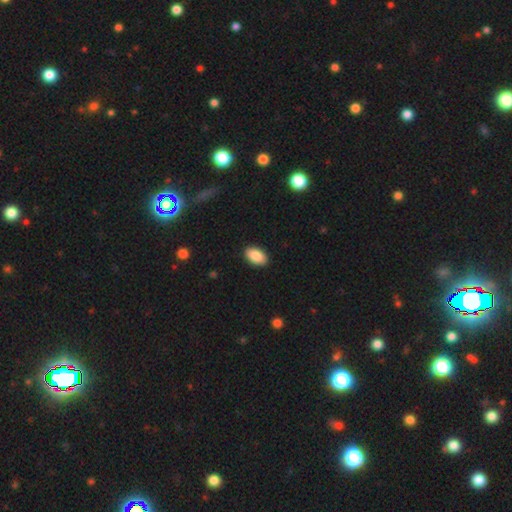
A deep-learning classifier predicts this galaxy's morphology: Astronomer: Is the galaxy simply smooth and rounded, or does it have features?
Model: smooth — 89%.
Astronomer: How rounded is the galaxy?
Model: in between — 94%.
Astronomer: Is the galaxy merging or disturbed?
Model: none — 90%.